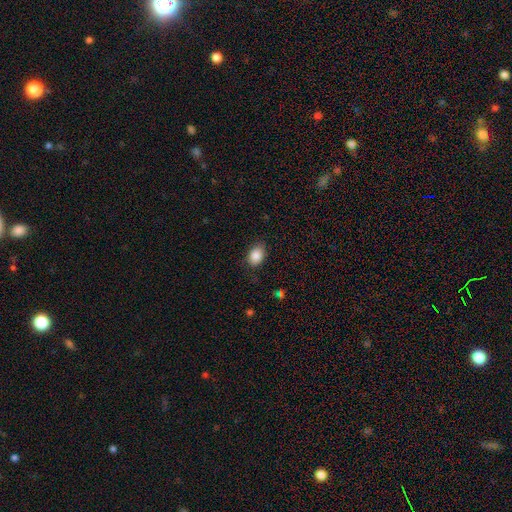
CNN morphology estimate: This is clearly a smooth galaxy (87%). How rounded: likely in between (77%). Merging: clearly none (81%).